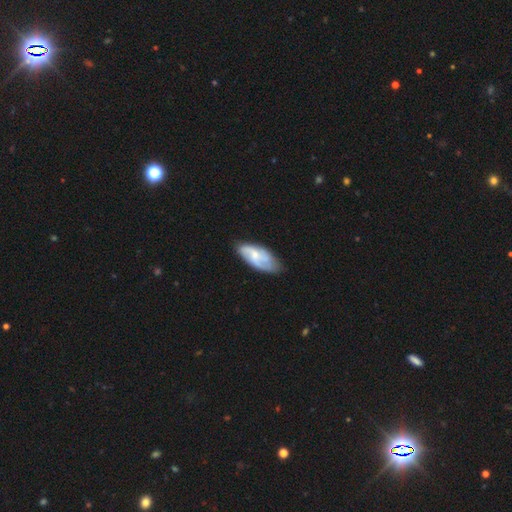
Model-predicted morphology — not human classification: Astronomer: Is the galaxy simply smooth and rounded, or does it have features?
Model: featured or disk — 58% (runner-up: smooth, 36%).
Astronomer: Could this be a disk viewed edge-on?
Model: no — 93%.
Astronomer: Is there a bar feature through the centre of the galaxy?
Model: no — 60%.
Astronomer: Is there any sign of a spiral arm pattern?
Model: yes — 86%.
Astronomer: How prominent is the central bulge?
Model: small — 60%.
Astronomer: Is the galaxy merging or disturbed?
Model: none — 66%.